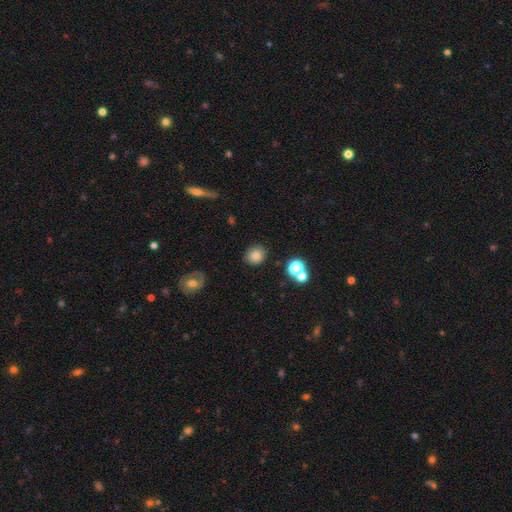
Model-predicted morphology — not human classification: smooth 78%, star or artifact 13%, featured or disk 9%. Down the decision tree: how rounded — round (81%); merging — none (84%).